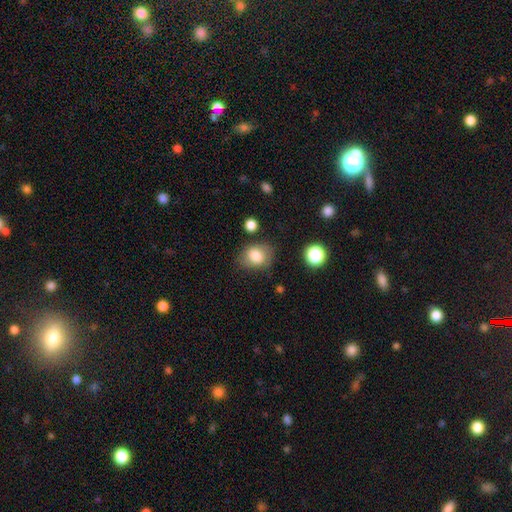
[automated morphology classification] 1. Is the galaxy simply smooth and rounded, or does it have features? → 81% smooth, 10% featured or disk, 9% star or artifact.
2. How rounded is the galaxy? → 53% in between, 46% round, 1% cigar-shaped.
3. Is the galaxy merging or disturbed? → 68% none, 22% minor disturbance, 7% major disturbance, 4% merger.